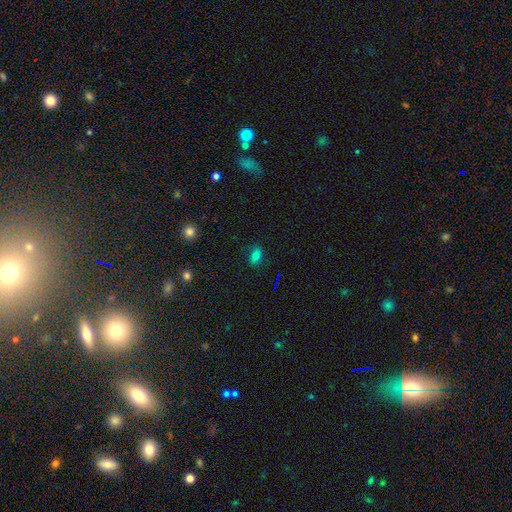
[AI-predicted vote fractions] Smooth or featured? Predicted: smooth (p=0.68). How rounded? Predicted: in between (p=0.82). Merging? Predicted: none (p=0.77).